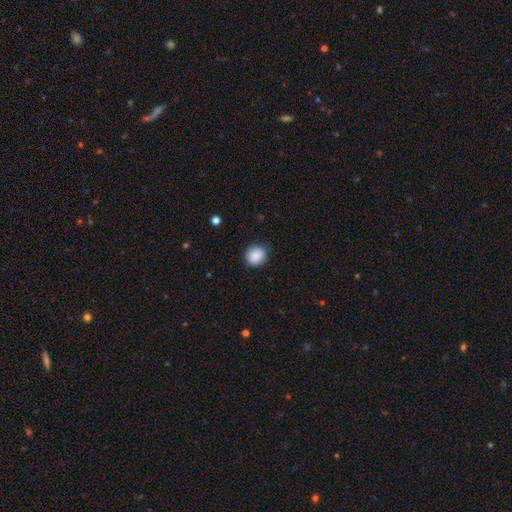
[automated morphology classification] This is clearly a smooth galaxy (89%). How rounded: clearly round (84%). Merging: clearly none (87%).